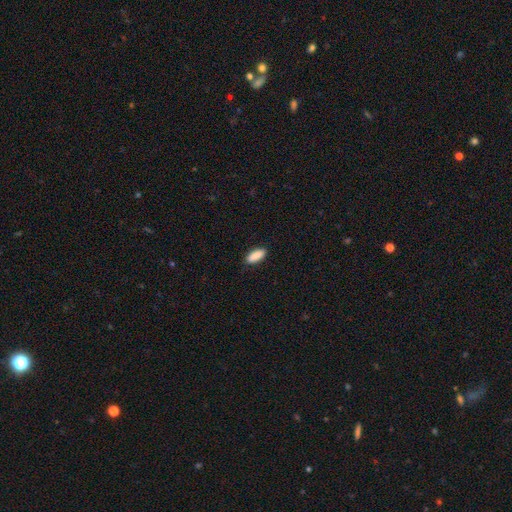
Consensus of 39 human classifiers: smooth-or-featured: smooth: 92% | star or artifact: 5% | featured or disk: 3%
  how-rounded: in between: 75% | cigar-shaped: 25% | round: 0%
  merging: none: 95% | minor disturbance: 3% | major disturbance: 3% | merger: 0%